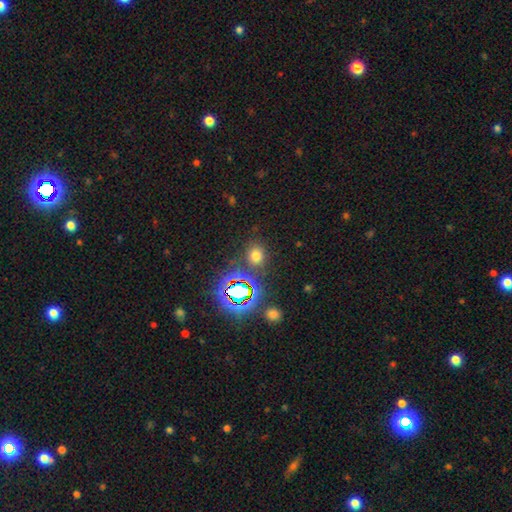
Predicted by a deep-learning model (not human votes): A smooth galaxy with no disk features (64%) that is round (70%). Merging: none (80%).